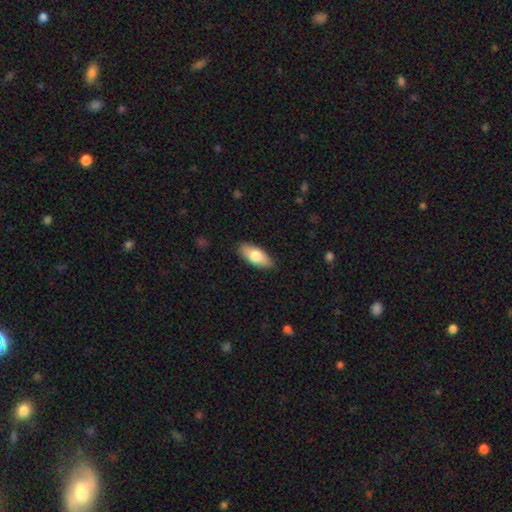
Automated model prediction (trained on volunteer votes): Smooth or featured: smooth — 76% (featured or disk — 19%)
How rounded: in between — 84% (cigar-shaped — 14%)
Merging: none — 88% (minor disturbance — 9%)